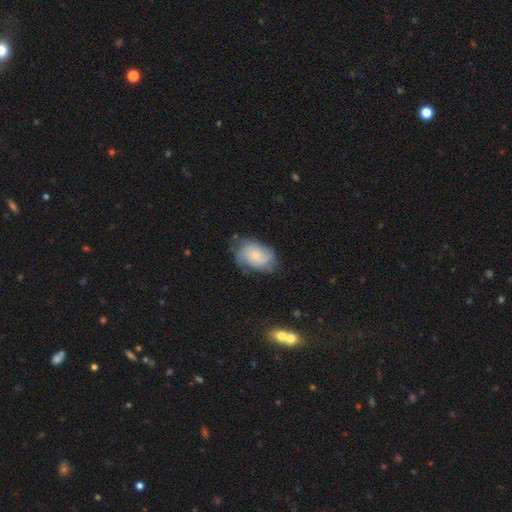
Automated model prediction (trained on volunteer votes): Smooth or featured?
  - featured or disk: 61% *
  - smooth: 32%
  - star or artifact: 8%
Edge-on disk?
  - no: 97% *
  - yes: 3%
Bar?
  - no: 76% *
  - weak: 22%
  - strong: 3%
Spiral arms?
  - yes: 89% *
  - no: 11%
Spiral winding?
  - tight: 44% *
  - medium: 39%
  - loose: 17%
Spiral arm count?
  - can't tell: 35% *
  - 2: 30%
  - 3: 19%
  - 4: 6%
  - 1: 6%
  - more than 4: 4%
Bulge size?
  - small: 60% *
  - moderate: 23%
  - none: 11%
  - large: 4%
  - dominant: 2%
Merging?
  - none: 61% *
  - minor disturbance: 25%
  - major disturbance: 12%
  - merger: 2%